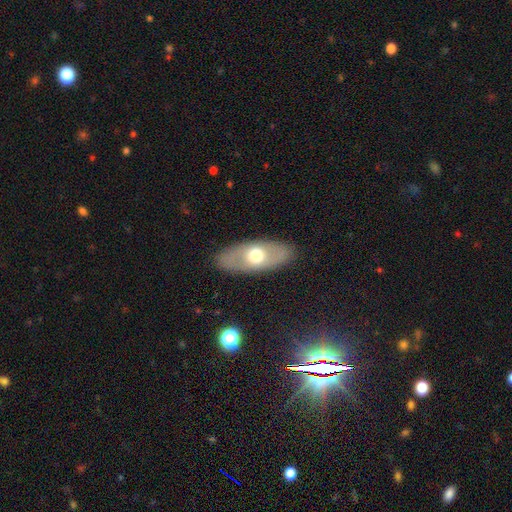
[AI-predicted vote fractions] The model was most divided on "smooth or featured": smooth: 52%, featured or disk: 42%, star or artifact: 6%. More confident: merging — none (87%); how rounded — in between (87%).